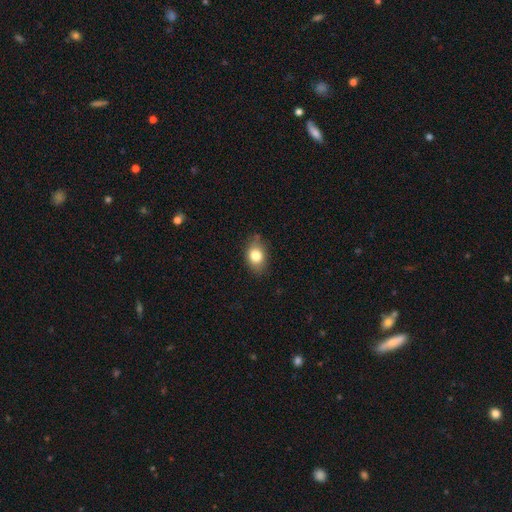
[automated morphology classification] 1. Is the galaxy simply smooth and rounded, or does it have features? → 82% smooth, 9% featured or disk, 9% star or artifact.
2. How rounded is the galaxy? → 74% in between, 25% round, 1% cigar-shaped.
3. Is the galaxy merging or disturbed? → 77% none, 18% minor disturbance, 4% major disturbance, 1% merger.